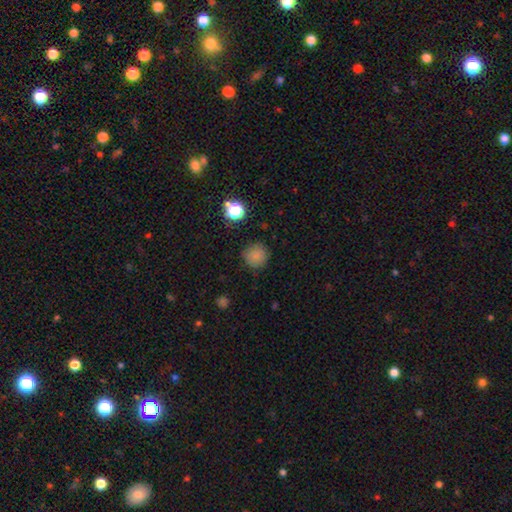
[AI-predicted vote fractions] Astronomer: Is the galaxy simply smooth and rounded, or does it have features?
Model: smooth — 80%.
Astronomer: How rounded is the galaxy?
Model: round — 94%.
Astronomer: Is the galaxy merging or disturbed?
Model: none — 85%.